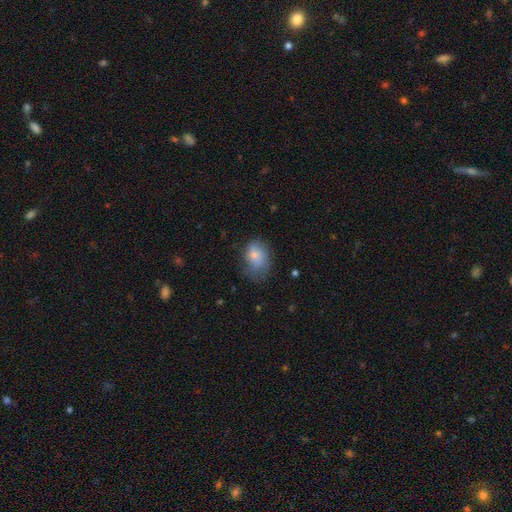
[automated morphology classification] Smooth or featured? Predicted: smooth (p=0.77). How rounded? Predicted: in between (p=0.72). Merging? Predicted: none (p=0.48).